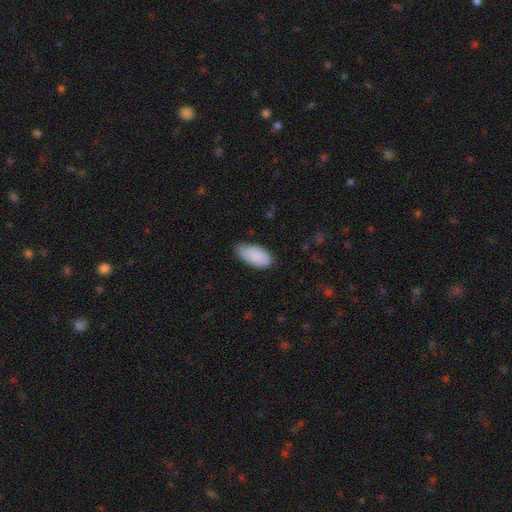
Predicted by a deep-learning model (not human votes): A smooth galaxy with no disk features (88%) that is in between round and cigar-shaped (94%). Merging: none (56%).